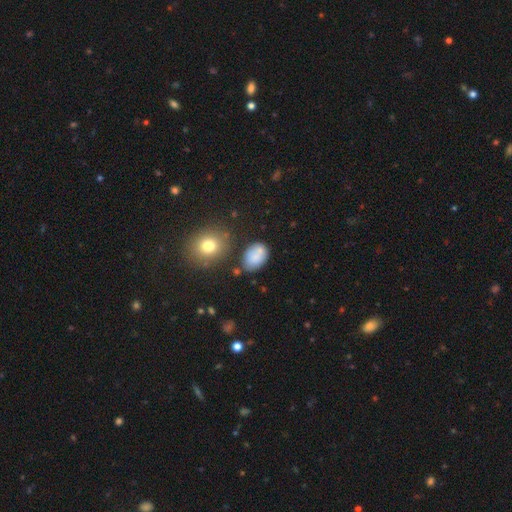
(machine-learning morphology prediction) type=smooth (80%); roundness=in between (83%); merging=none (61%).